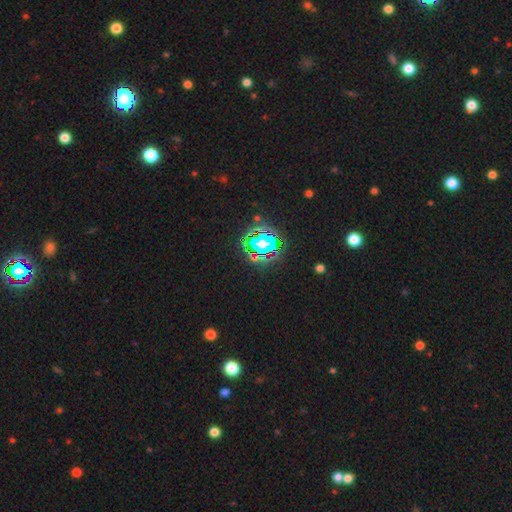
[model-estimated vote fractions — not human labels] Overall: star or artifact (73%).